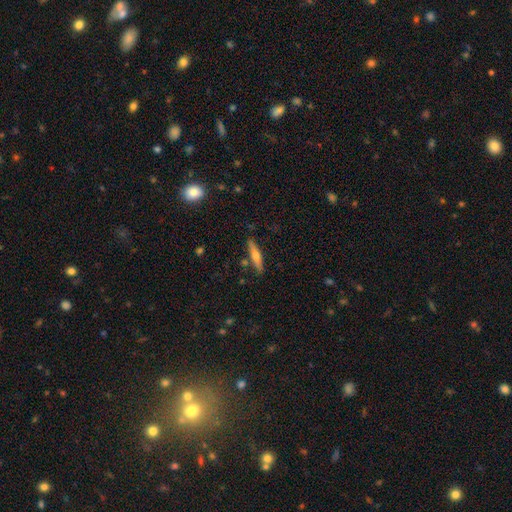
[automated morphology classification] A smooth galaxy with no disk features (53%) that is cigar-shaped (86%).

Vote fractions:
- Smooth or featured? smooth: 53% / featured or disk: 40% / star or artifact: 6%
- How rounded? cigar-shaped: 86% / in between: 12% / round: 2%
- Merging? none: 83% / minor disturbance: 11% / merger: 4% / major disturbance: 2%